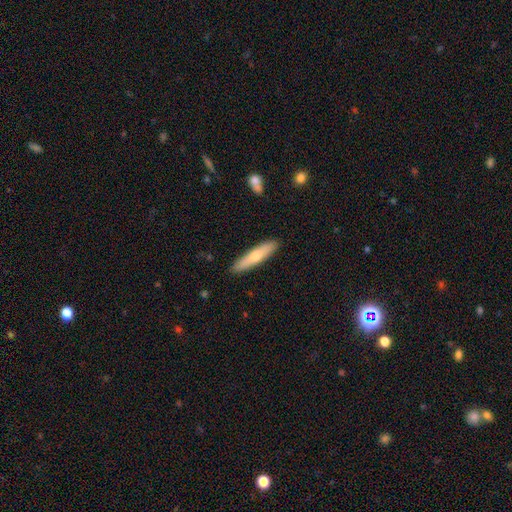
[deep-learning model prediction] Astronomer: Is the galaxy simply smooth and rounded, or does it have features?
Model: smooth — 61%.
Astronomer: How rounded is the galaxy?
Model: cigar-shaped — 84%.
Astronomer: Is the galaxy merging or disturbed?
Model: none — 89%.